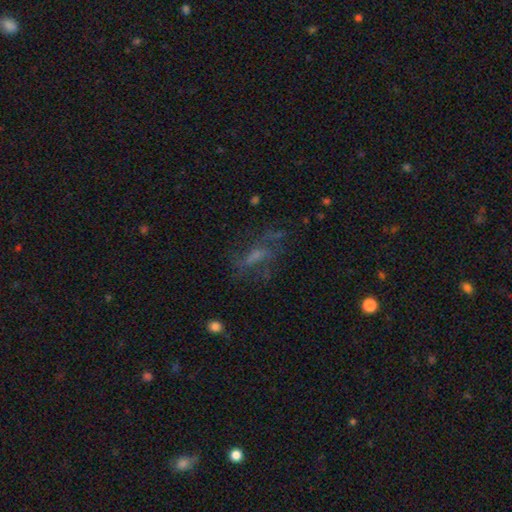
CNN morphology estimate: Overall: featured or disk (50%; smooth 29%). Merging: none (54%; major disturbance 25%).